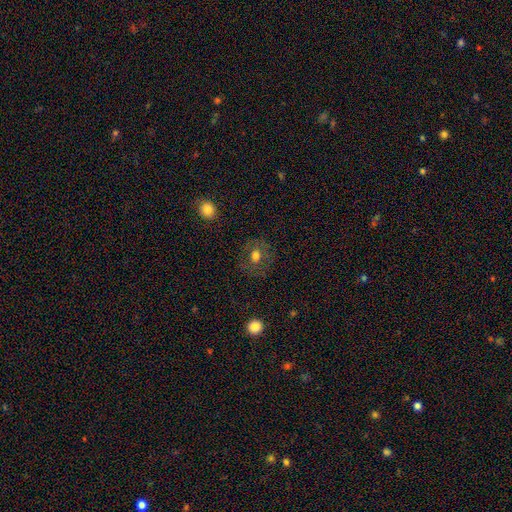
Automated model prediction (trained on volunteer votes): This appears to be a smooth galaxy with no disk features (63%) that is round (72%). Merging: none (78%).